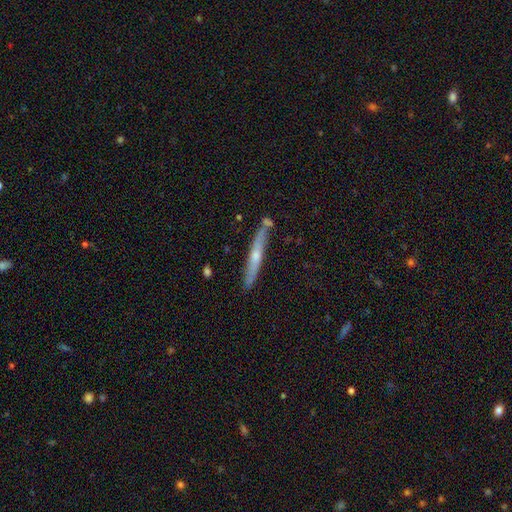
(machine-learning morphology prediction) type=featured or disk (60%); edge-on=yes (94%); edge-on bulge=rounded (70%); merging=none (81%).